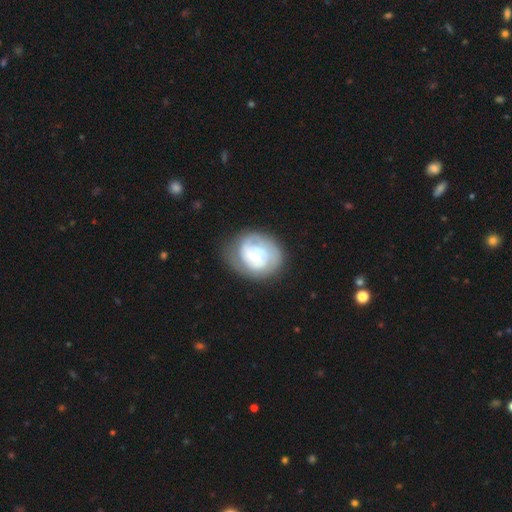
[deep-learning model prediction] Overall: featured or disk (75%). Edge-on disk: no (98%). Bar: no (69%). Spiral arms: yes (90%). Spiral arm count: 2 (38%; can't tell 30%). Spiral winding: tight (63%; medium 28%). Bulge size: small (60%; moderate 30%). Merging: none (68%).